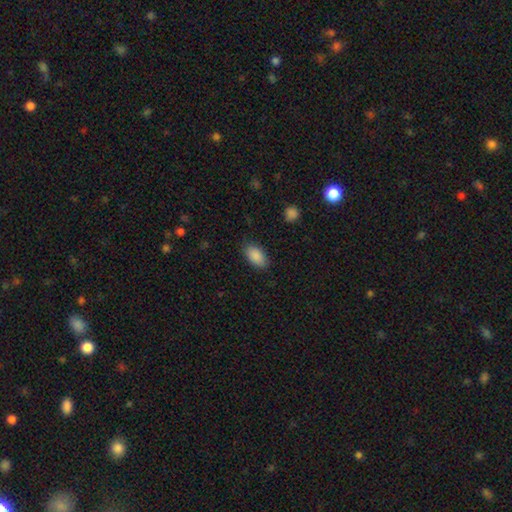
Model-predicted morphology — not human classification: smooth-or-featured: smooth: 89% | star or artifact: 7% | featured or disk: 4%
  how-rounded: in between: 94% | round: 4% | cigar-shaped: 3%
  merging: none: 85% | minor disturbance: 11% | major disturbance: 3% | merger: 1%